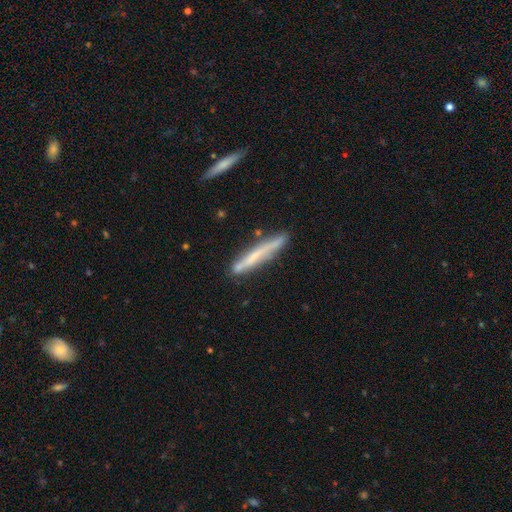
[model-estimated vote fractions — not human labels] Q: Smooth or featured?
A: smooth (49%); runner-up: featured or disk (44%)
Q: Merging?
A: none (76%); runner-up: minor disturbance (17%)